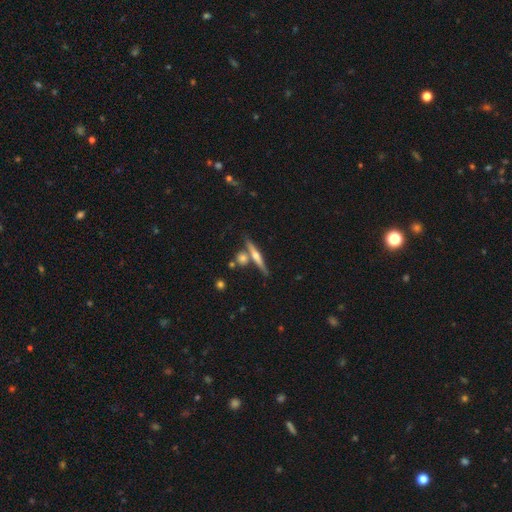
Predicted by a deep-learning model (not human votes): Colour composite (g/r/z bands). It shows a featured or disk galaxy (64%) viewed edge-on (96%) with a rounded central bulge (82%). Merging: none (72%).